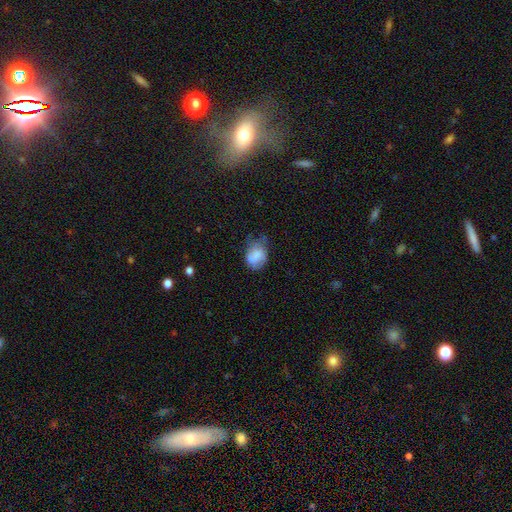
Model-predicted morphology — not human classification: type=smooth (67%); roundness=in between (61%); merging=none (44%).